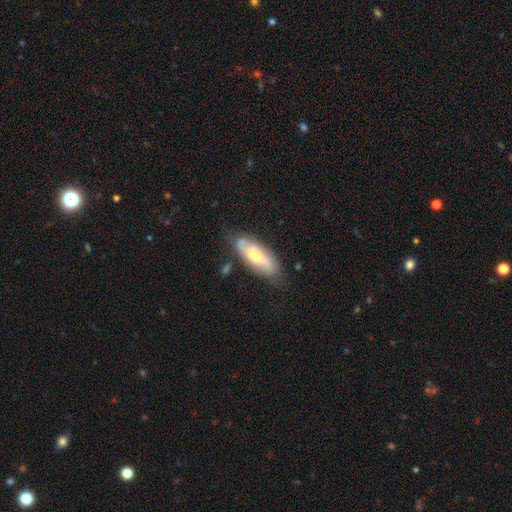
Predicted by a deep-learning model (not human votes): Smooth or featured? smooth (50%)
Merging? none (68%)